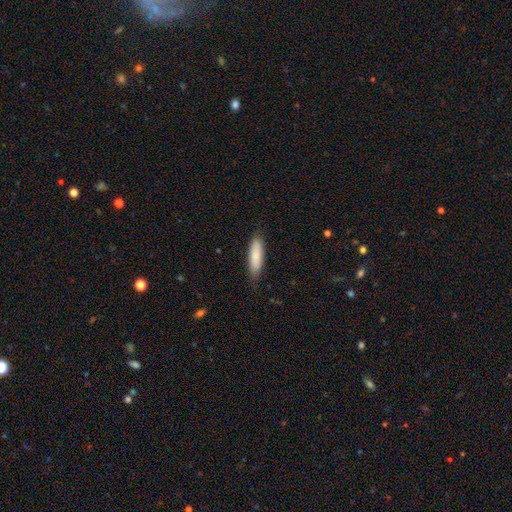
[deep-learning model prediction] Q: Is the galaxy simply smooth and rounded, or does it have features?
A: smooth — 84%.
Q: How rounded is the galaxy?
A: cigar-shaped — 59%.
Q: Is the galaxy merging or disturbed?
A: none — 81%.